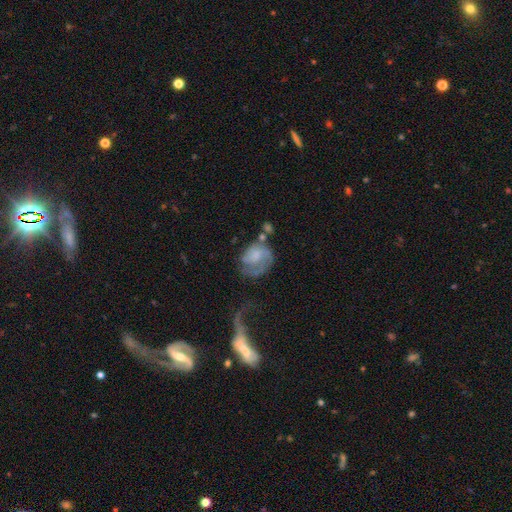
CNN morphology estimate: A featured or disk galaxy (54%) with no bar (71%), spiral arms (75%) and no central bulge (41%).

Vote fractions:
- Smooth or featured? featured or disk: 54% / smooth: 38% / star or artifact: 8%
- Edge-on disk? no: 98% / yes: 2%
- Bar? no: 71% / weak: 24% / strong: 5%
- Spiral arms? yes: 75% / no: 25%
- Bulge size? none: 41% / moderate: 22% / small: 21% / large: 13% / dominant: 3%
- Merging? none: 35% / major disturbance: 32% / minor disturbance: 23% / merger: 10%